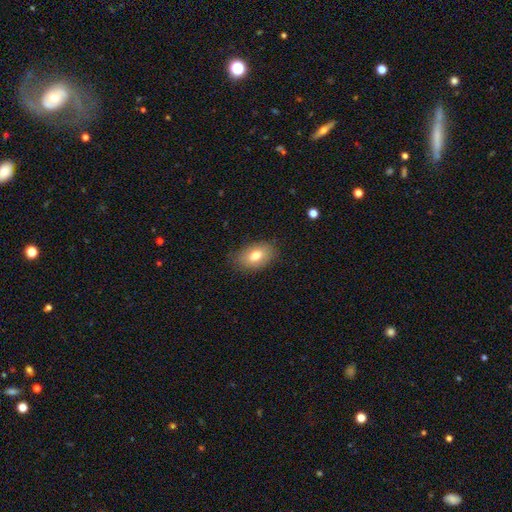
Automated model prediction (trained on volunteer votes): Smooth or featured? smooth (76%)
How rounded? in between (89%)
Merging? none (82%)